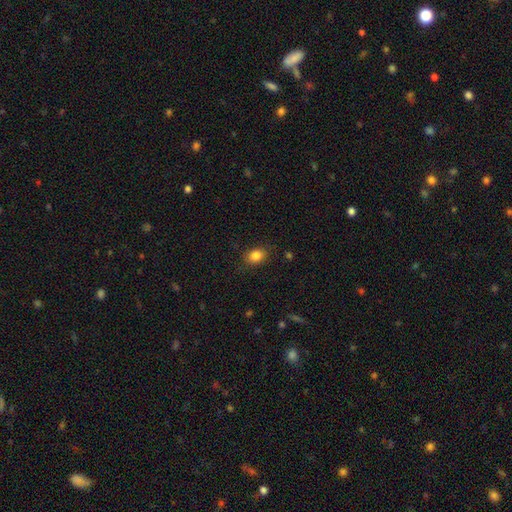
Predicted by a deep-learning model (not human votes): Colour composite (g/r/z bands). It shows a smooth galaxy with no disk features (85%) that is in between round and cigar-shaped (67%). Merging: none (84%).